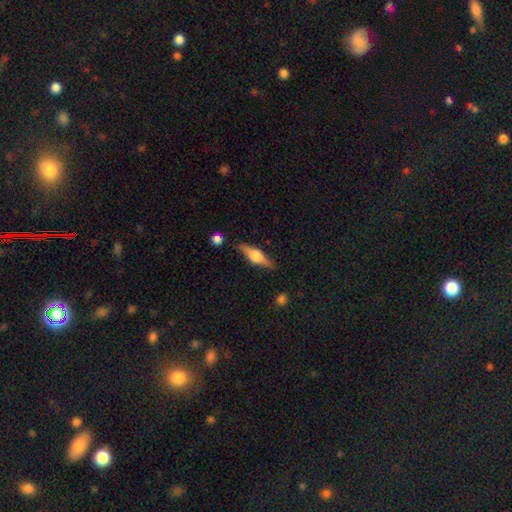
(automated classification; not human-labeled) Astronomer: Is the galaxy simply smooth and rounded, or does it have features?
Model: featured or disk — 63%.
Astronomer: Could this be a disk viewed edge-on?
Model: yes — 95%.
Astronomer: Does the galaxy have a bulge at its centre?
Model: rounded — 92%.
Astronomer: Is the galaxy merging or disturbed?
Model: none — 85%.